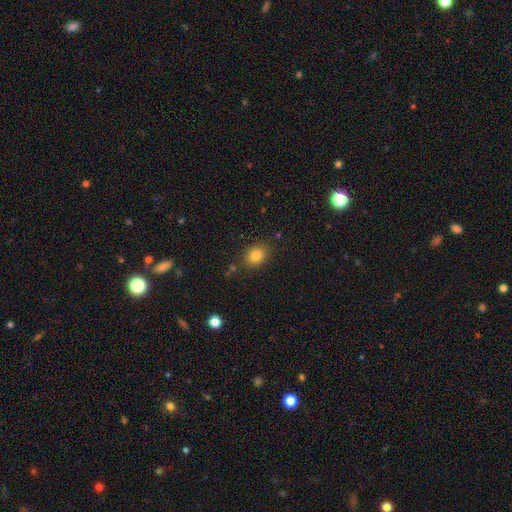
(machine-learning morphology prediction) Smooth or featured?
  - smooth: 82% *
  - star or artifact: 11%
  - featured or disk: 6%
How rounded?
  - in between: 54% *
  - round: 45%
  - cigar-shaped: 1%
Merging?
  - none: 83% *
  - minor disturbance: 11%
  - major disturbance: 3%
  - merger: 2%